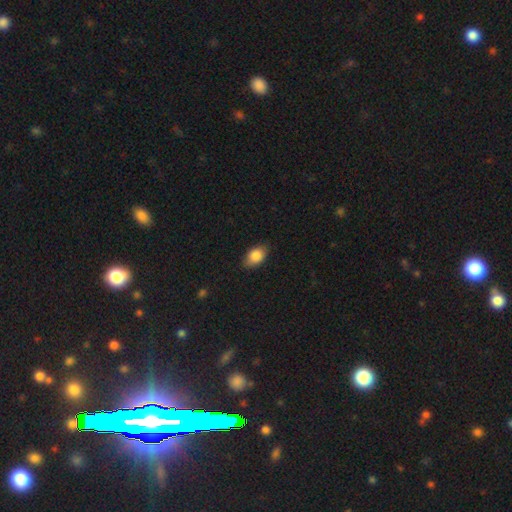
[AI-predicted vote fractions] Smooth or featured?
  - smooth: 85% *
  - featured or disk: 8%
  - star or artifact: 7%
How rounded?
  - in between: 86% *
  - round: 12%
  - cigar-shaped: 2%
Merging?
  - none: 83% *
  - minor disturbance: 14%
  - major disturbance: 3%
  - merger: 1%